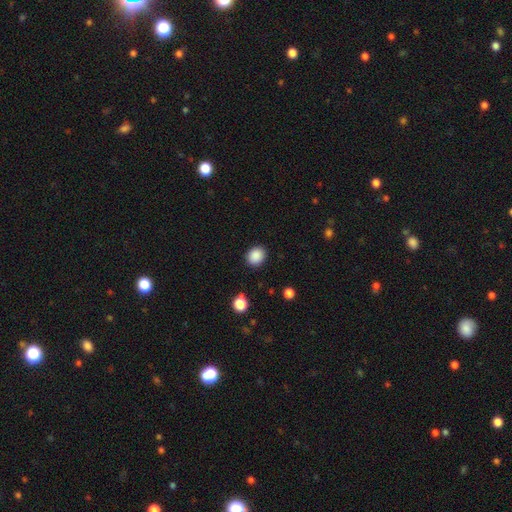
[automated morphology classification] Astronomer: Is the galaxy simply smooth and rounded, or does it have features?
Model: smooth — 88%.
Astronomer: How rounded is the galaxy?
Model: round — 67%.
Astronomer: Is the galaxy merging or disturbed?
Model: none — 89%.